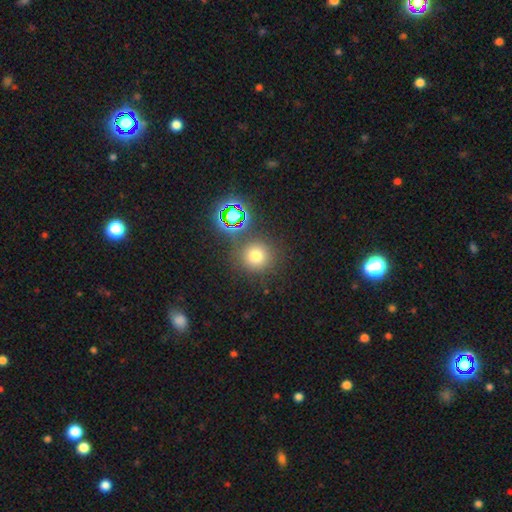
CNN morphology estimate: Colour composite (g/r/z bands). It shows a smooth galaxy with no disk features (69%) that is round (91%). Merging: none (79%).